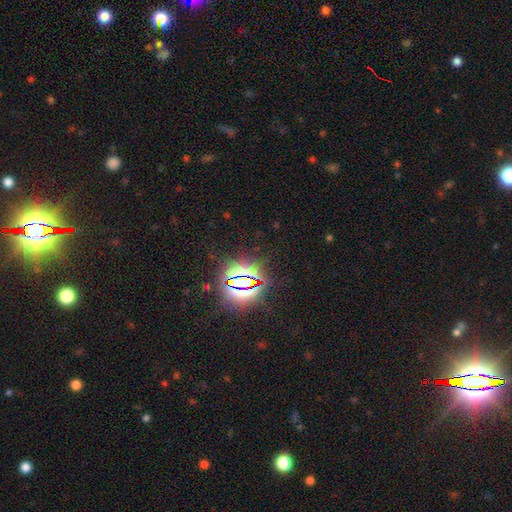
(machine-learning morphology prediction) Smooth or featured? star or artifact (83%)